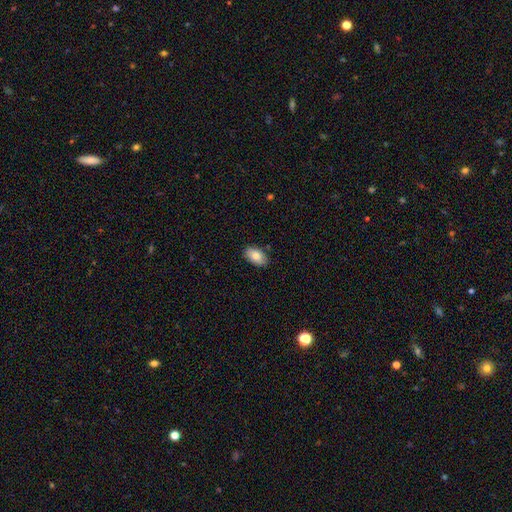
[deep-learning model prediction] Overall: smooth (83%). How rounded: in between (93%). Merging: none (86%).